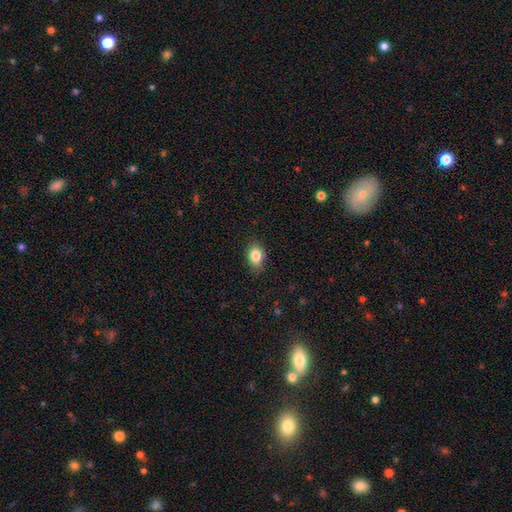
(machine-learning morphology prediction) smooth-or-featured: smooth: 85% | star or artifact: 9% | featured or disk: 7%
  how-rounded: in between: 78% | round: 21% | cigar-shaped: 1%
  merging: none: 83% | minor disturbance: 13% | major disturbance: 3% | merger: 1%